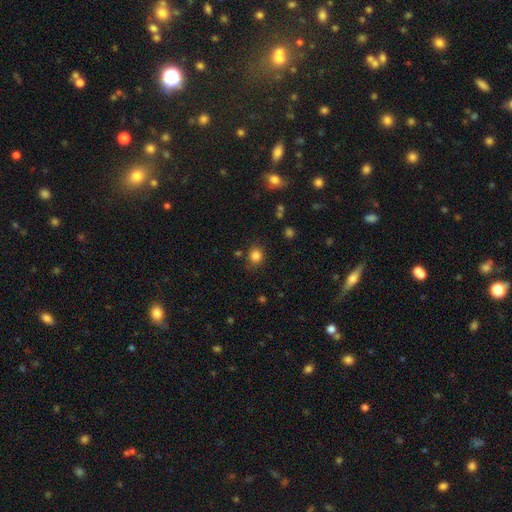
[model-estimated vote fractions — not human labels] smooth 83%, star or artifact 12%, featured or disk 5%. Down the decision tree: how rounded — round (80%); merging — none (83%).